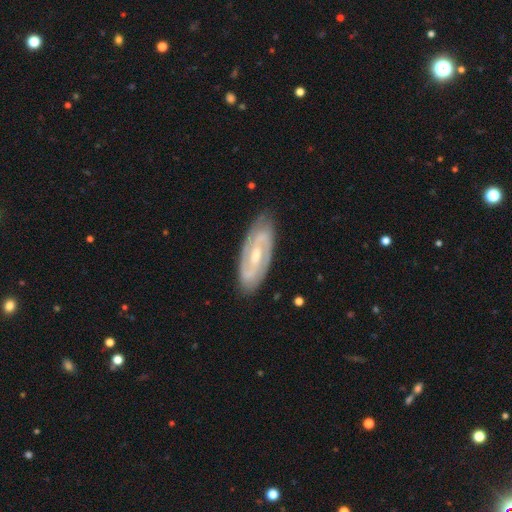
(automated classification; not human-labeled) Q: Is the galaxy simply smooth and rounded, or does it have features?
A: featured or disk — 88%.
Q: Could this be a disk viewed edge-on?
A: no — 94%.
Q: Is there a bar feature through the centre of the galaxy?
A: weak — 46%.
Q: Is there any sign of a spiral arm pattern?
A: yes — 96%.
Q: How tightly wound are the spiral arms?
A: tight — 48%.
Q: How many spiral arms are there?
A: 2 — 89%.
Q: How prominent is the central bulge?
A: small — 47%, tied with moderate.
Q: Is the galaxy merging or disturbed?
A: none — 85%.